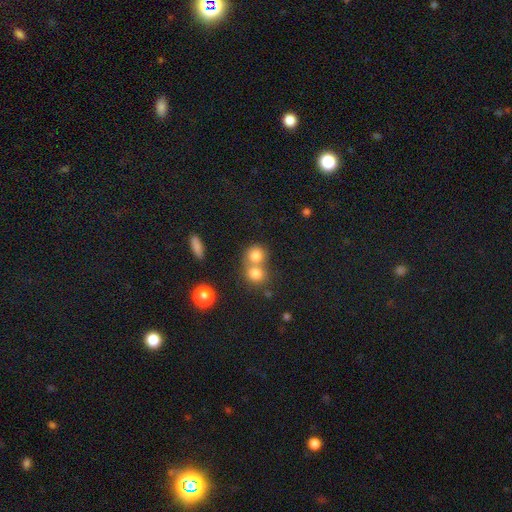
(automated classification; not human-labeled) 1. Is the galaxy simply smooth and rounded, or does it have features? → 78% smooth, 12% star or artifact, 10% featured or disk.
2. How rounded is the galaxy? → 83% round, 16% in between, 1% cigar-shaped.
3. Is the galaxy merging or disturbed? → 53% merger, 38% none, 6% minor disturbance, 3% major disturbance.